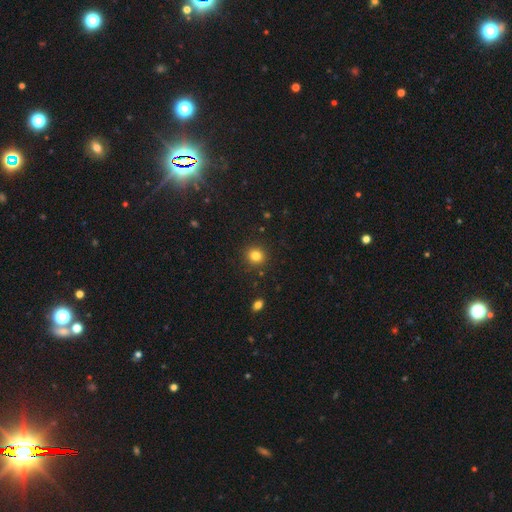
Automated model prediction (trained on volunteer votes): smooth_or_featured: smooth (p=0.83) [alt: star or artifact p=0.12]
how_rounded: round (p=0.88) [alt: in between p=0.11]
merging: none (p=0.89) [alt: minor disturbance p=0.07]